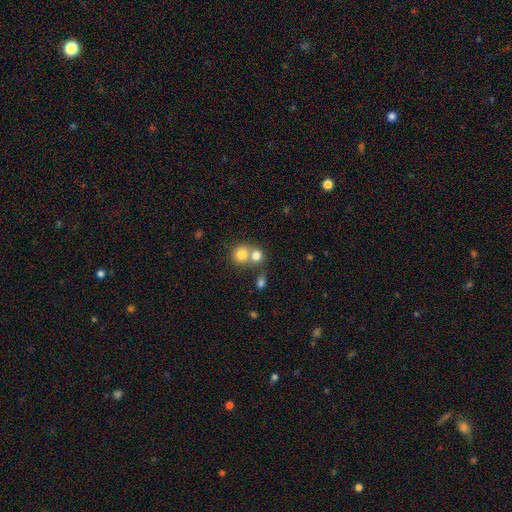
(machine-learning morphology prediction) A smooth galaxy with no disk features (78%) that is round (76%).

Vote fractions:
- Smooth or featured? smooth: 78% / featured or disk: 11% / star or artifact: 11%
- How rounded? round: 76% / in between: 23% / cigar-shaped: 1%
- Merging? merger: 54% / none: 37% / minor disturbance: 6% / major disturbance: 3%